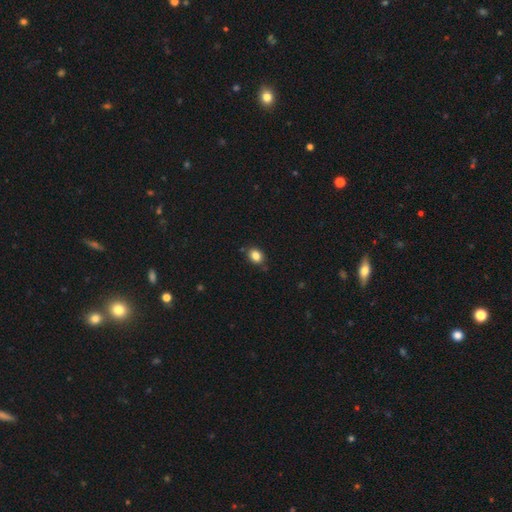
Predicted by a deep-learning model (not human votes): smooth 85%, star or artifact 10%, featured or disk 5%. Down the decision tree: how rounded — in between (56%); merging — none (81%).